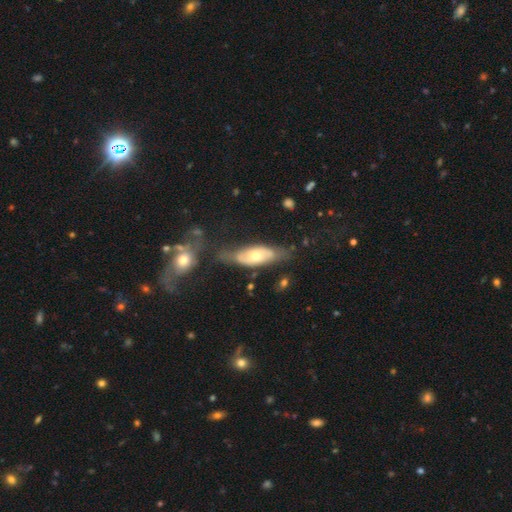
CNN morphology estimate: Smooth or featured?
  - featured or disk: 51% *
  - smooth: 43%
  - star or artifact: 6%
Edge-on disk?
  - no: 76% *
  - yes: 24%
Merging?
  - none: 54% *
  - minor disturbance: 26%
  - major disturbance: 13%
  - merger: 8%